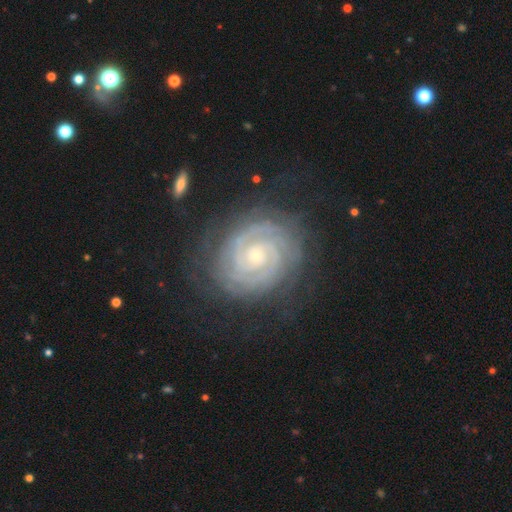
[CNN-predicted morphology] Overall: featured or disk (91%). Edge-on disk: no (98%). Bar: no (69%). Spiral arms: yes (99%). Spiral arm count: 2 (64%). Spiral winding: tight (87%). Bulge size: small (75%). Merging: none (80%).